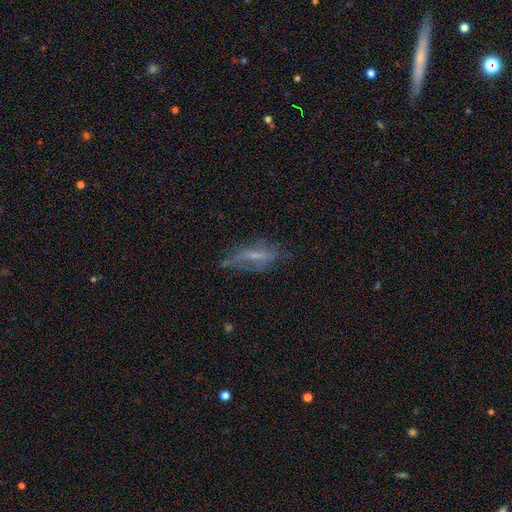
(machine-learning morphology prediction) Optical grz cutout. It shows a featured or disk galaxy (55%). Merging: none (56%).